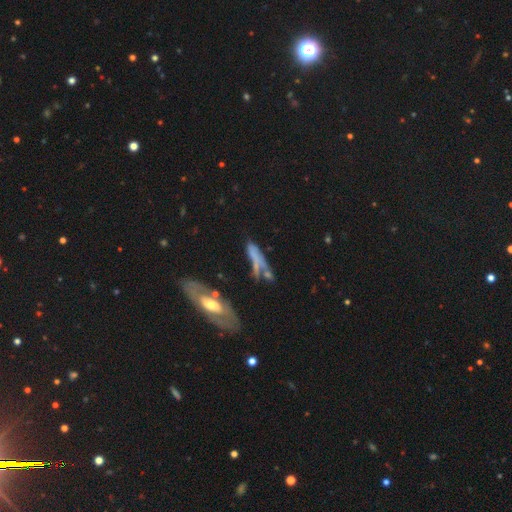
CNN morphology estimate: This appears to be a smooth galaxy with no disk features (49%). Merging: none (39%).